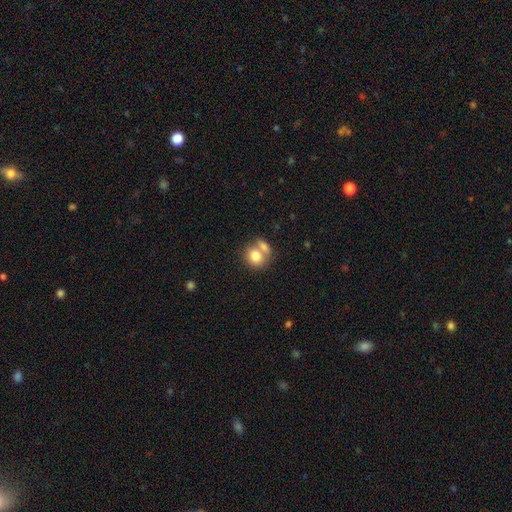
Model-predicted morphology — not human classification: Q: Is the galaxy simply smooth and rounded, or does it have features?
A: smooth — 79%.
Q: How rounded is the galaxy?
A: round — 67%.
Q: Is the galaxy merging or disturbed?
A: merger — 49%.